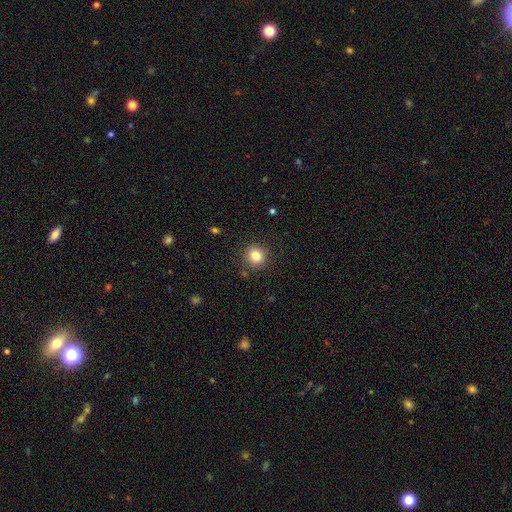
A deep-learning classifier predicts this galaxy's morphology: This is clearly a smooth galaxy (82%). How rounded: clearly round (89%). Merging: clearly none (88%).